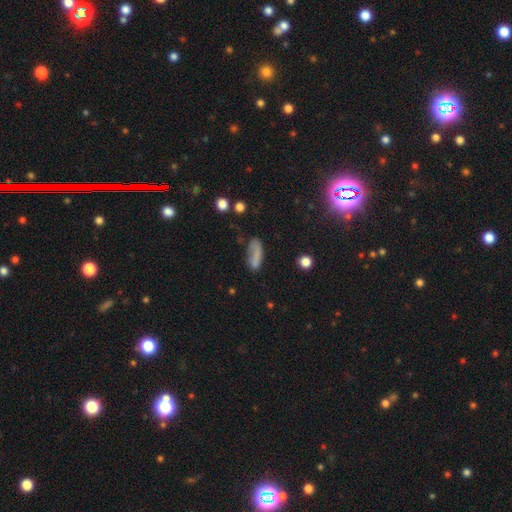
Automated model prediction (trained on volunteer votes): Smooth or featured? Predicted: smooth (p=0.74). How rounded? Predicted: in between (p=0.63). Merging? Predicted: none (p=0.48).